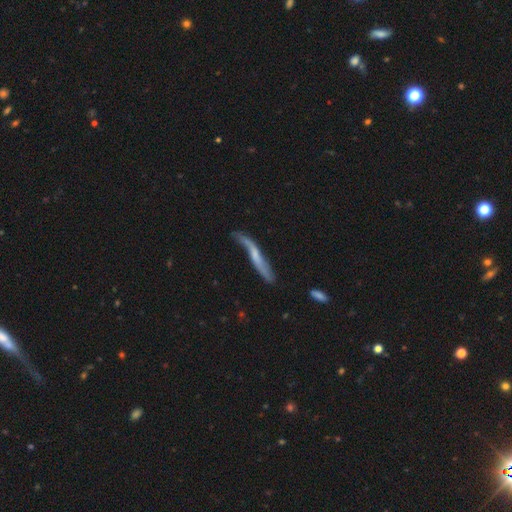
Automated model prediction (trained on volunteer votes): Smooth or featured?
  - featured or disk: 57% *
  - smooth: 37%
  - star or artifact: 7%
Edge-on disk?
  - yes: 59% *
  - no: 41%
Merging?
  - none: 44% *
  - minor disturbance: 31%
  - major disturbance: 18%
  - merger: 6%